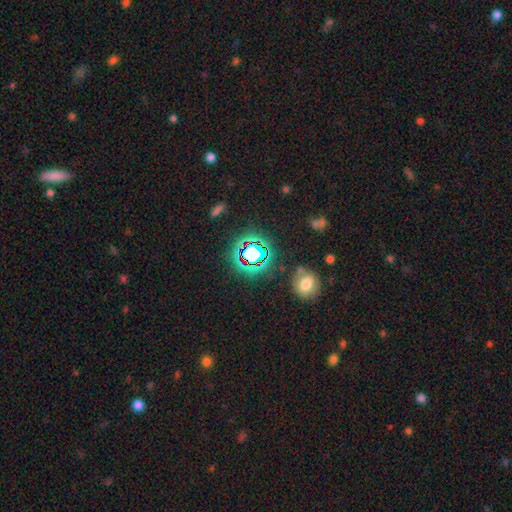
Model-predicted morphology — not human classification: A star or artifact, not a galaxy (70%).